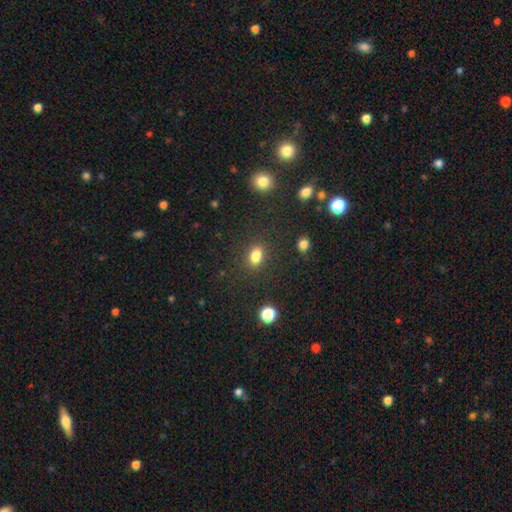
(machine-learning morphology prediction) The model was most divided on "how rounded": in between: 71%, round: 28%, cigar-shaped: 2%. More confident: merging — none (85%); smooth or featured — smooth (83%).